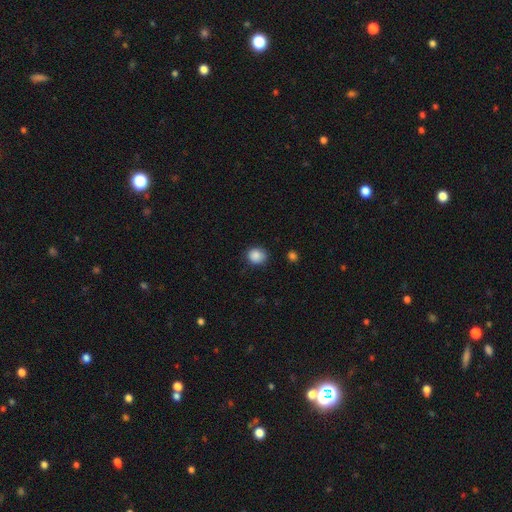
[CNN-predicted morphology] smooth 87%, star or artifact 9%, featured or disk 4%. Down the decision tree: how rounded — round (78%); merging — none (78%).